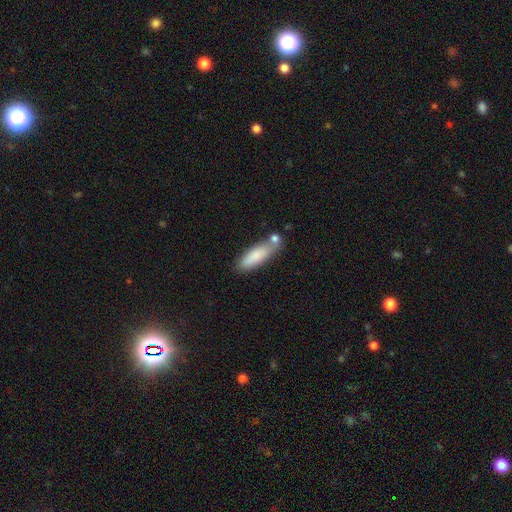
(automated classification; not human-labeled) Smooth or featured? smooth (81%)
How rounded? cigar-shaped (52%)
Merging? none (58%)